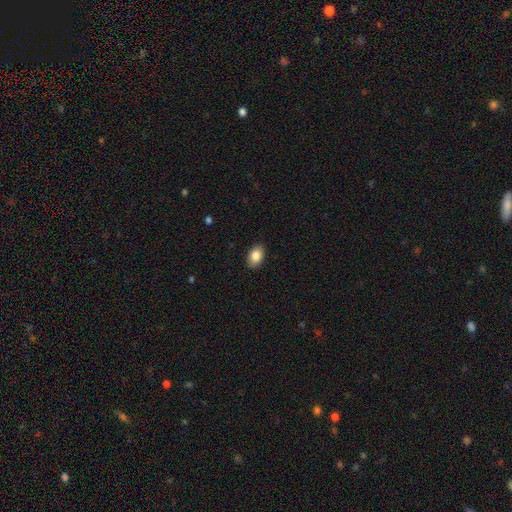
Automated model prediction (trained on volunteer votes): A smooth galaxy with no disk features (86%) that is in between round and cigar-shaped (88%).

Vote fractions:
- Smooth or featured? smooth: 86% / star or artifact: 7% / featured or disk: 7%
- How rounded? in between: 88% / round: 11% / cigar-shaped: 1%
- Merging? none: 89% / minor disturbance: 8% / major disturbance: 2% / merger: 1%